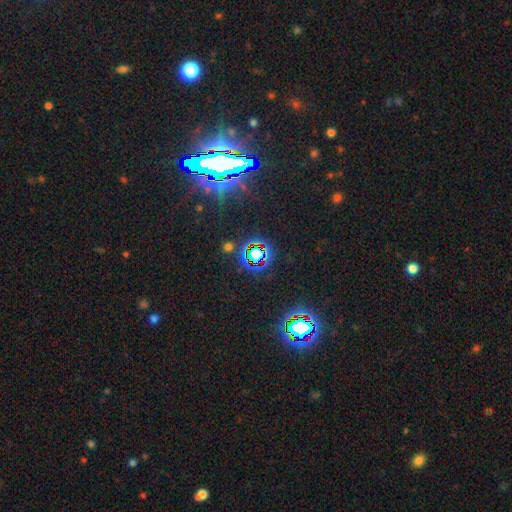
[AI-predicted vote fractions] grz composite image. It shows a star or artifact, not a galaxy (82%).